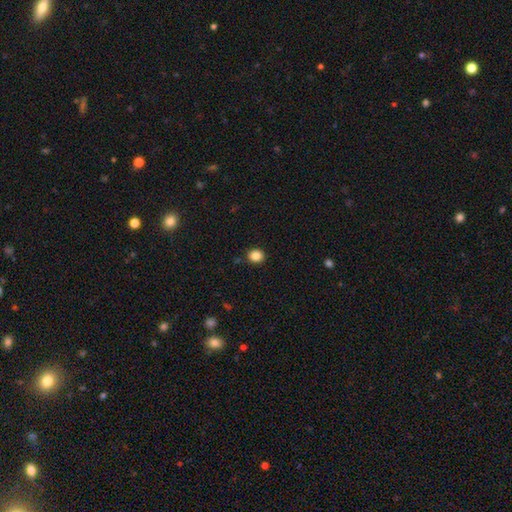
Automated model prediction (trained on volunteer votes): Q: Smooth or featured?
A: smooth (86%); runner-up: star or artifact (11%)
Q: How rounded?
A: round (72%); runner-up: in between (27%)
Q: Merging?
A: none (89%); runner-up: minor disturbance (7%)